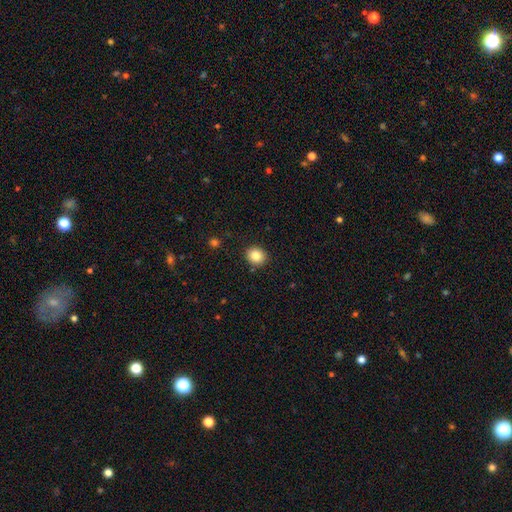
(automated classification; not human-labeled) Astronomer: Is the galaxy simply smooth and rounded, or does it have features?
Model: smooth — 84%.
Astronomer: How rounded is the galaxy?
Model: round — 78%.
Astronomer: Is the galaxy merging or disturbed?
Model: none — 90%.